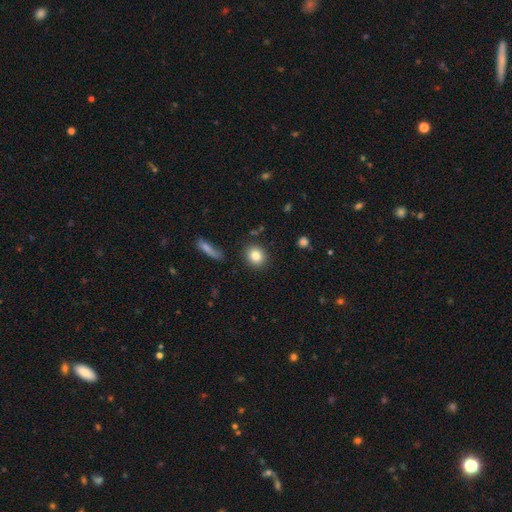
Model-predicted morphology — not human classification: The model was most divided on "how rounded": round: 75%, in between: 23%, cigar-shaped: 2%. More confident: merging — none (88%); smooth or featured — smooth (83%).